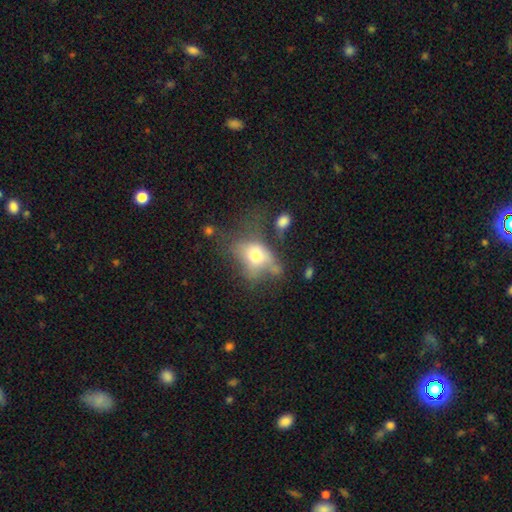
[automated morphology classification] Overall: smooth (60%; featured or disk 28%). How rounded: in between (70%). Merging: major disturbance (38%; none 28%).